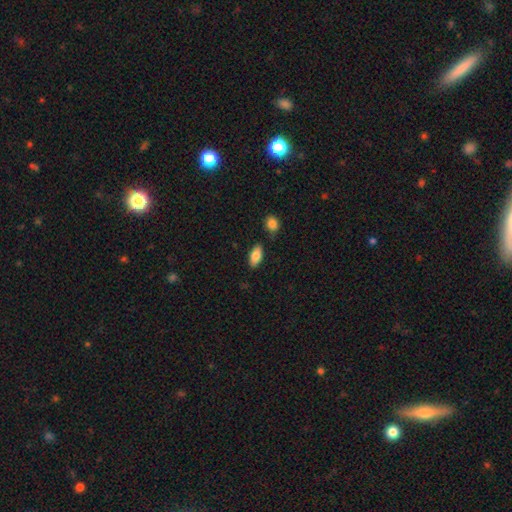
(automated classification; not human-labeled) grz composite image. It shows a smooth galaxy with no disk features (84%) that is in between round and cigar-shaped (90%). Merging: none (79%).